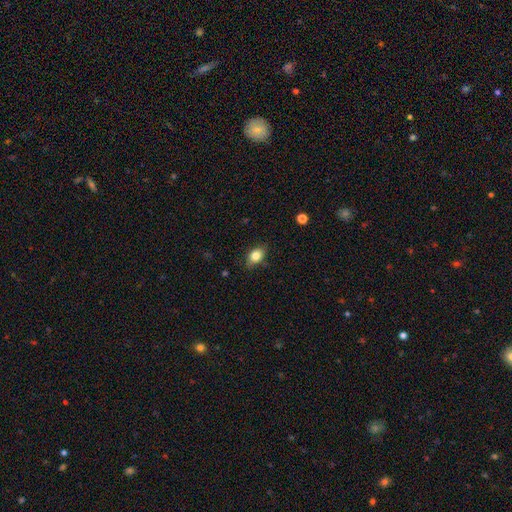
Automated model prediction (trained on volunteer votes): Morphology: type=smooth (82%); roundness=in between (79%); merging=none (80%).